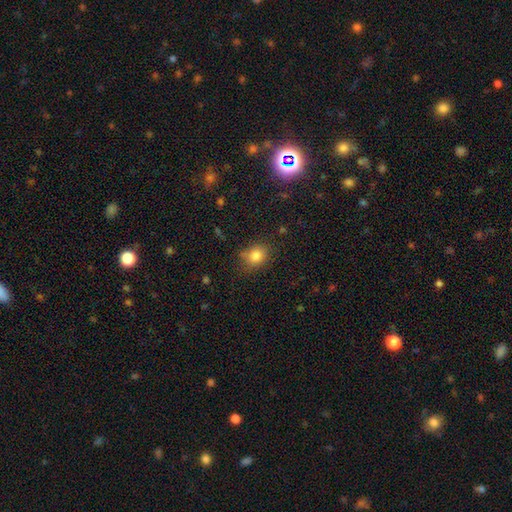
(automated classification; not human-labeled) smooth-or-featured: smooth: 82% | star or artifact: 11% | featured or disk: 6%
  how-rounded: round: 61% | in between: 38% | cigar-shaped: 1%
  merging: none: 73% | minor disturbance: 19% | major disturbance: 5% | merger: 3%